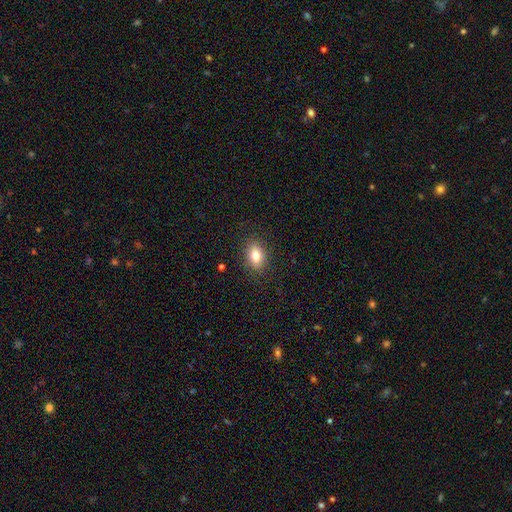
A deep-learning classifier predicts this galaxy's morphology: A smooth galaxy with no disk features (79%) that is in between round and cigar-shaped (75%).

Vote fractions:
- Smooth or featured? smooth: 79% / featured or disk: 11% / star or artifact: 10%
- How rounded? in between: 75% / round: 23% / cigar-shaped: 2%
- Merging? none: 87% / minor disturbance: 9% / major disturbance: 3% / merger: 1%